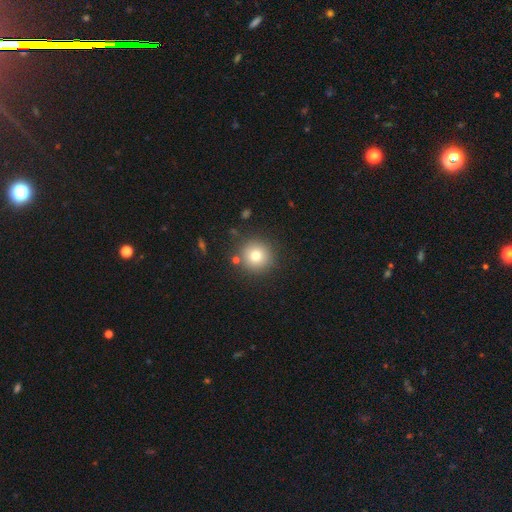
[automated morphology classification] Overall: smooth (76%). How rounded: round (95%). Merging: none (85%).